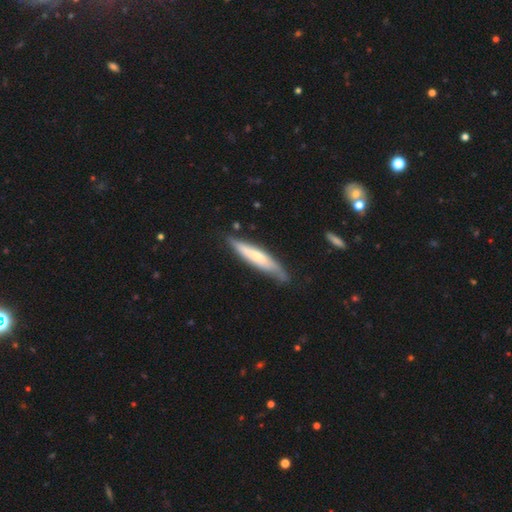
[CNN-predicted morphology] Overall: smooth (51%; featured or disk 43%). How rounded: cigar-shaped (87%). Merging: none (70%).